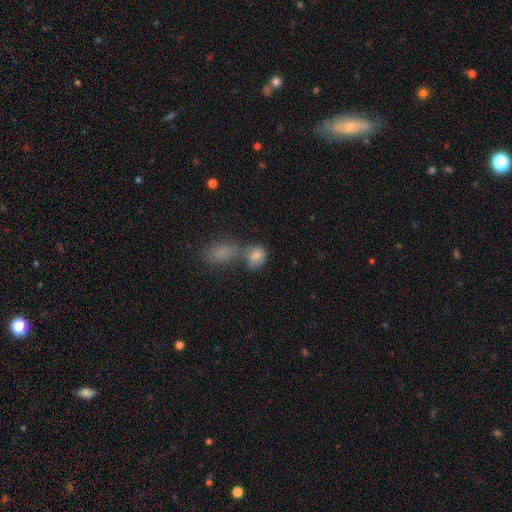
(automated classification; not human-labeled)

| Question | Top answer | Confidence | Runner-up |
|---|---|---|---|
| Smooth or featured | smooth | 79% | featured or disk (12%) |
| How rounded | in between | 51% | round (47%) |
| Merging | merger | 50% | none (32%) |